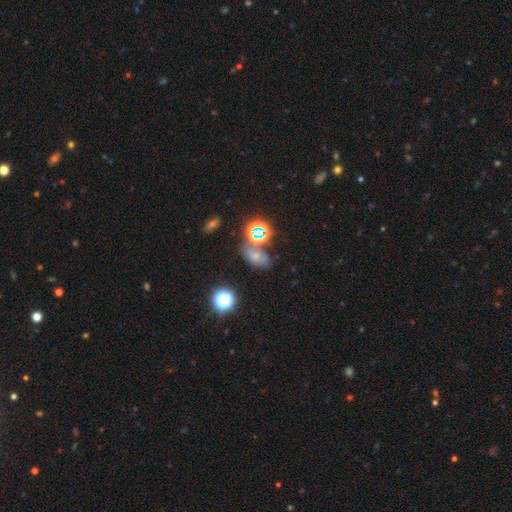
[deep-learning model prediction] smooth 50%, star or artifact 33%, featured or disk 16%. Down the decision tree: how rounded — in between (74%); merging — none (50%).